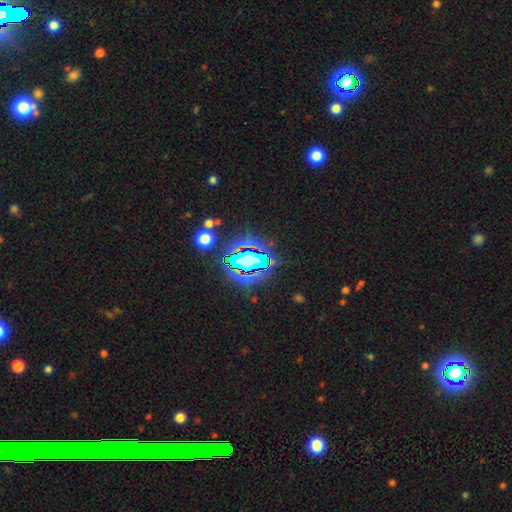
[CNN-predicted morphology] type=star or artifact (81%).